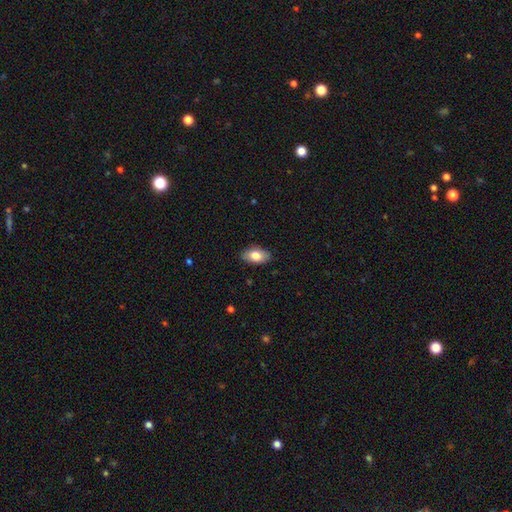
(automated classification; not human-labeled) Q: Smooth or featured?
A: smooth (78%); runner-up: featured or disk (15%)
Q: How rounded?
A: in between (92%); runner-up: round (6%)
Q: Merging?
A: none (87%); runner-up: minor disturbance (10%)